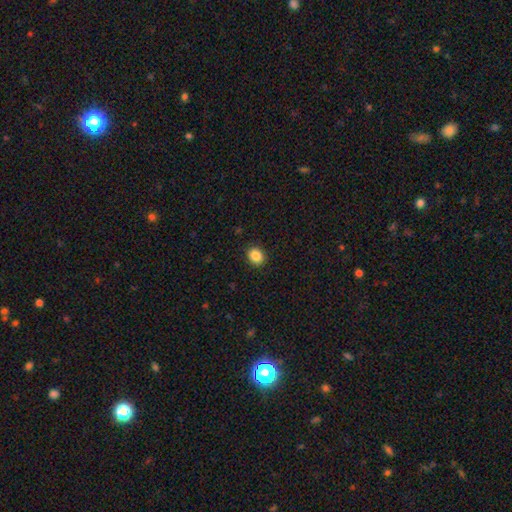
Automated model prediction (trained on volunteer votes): The model was most divided on "how rounded": round: 63%, in between: 37%, cigar-shaped: 1%. More confident: merging — none (90%); smooth or featured — smooth (87%).